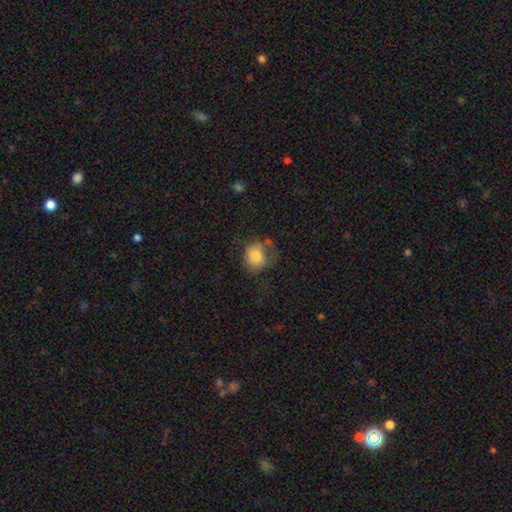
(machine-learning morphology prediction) Smooth or featured? smooth (81%)
How rounded? round (71%)
Merging? none (48%)